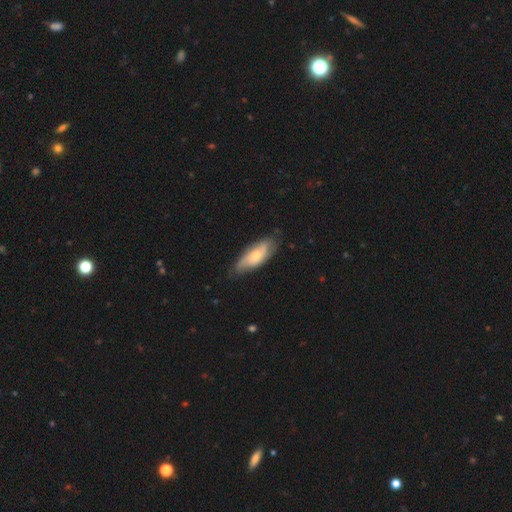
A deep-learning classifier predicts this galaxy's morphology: Smooth or featured? Predicted: featured or disk (p=0.53). Edge-on disk? Predicted: no (p=0.83). Merging? Predicted: none (p=0.70).